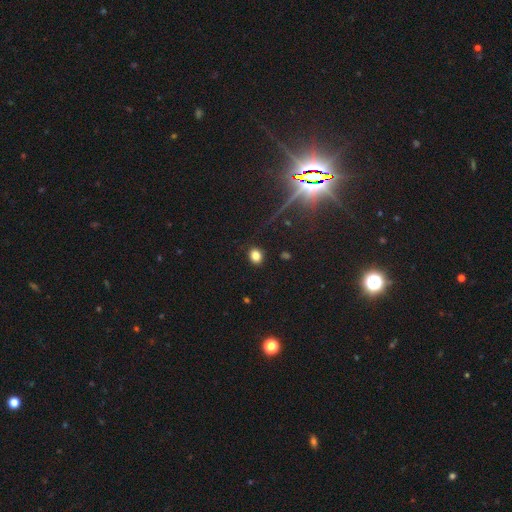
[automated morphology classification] The model was most divided on "how rounded": round: 61%, in between: 38%, cigar-shaped: 1%. More confident: merging — none (89%); smooth or featured — smooth (81%).